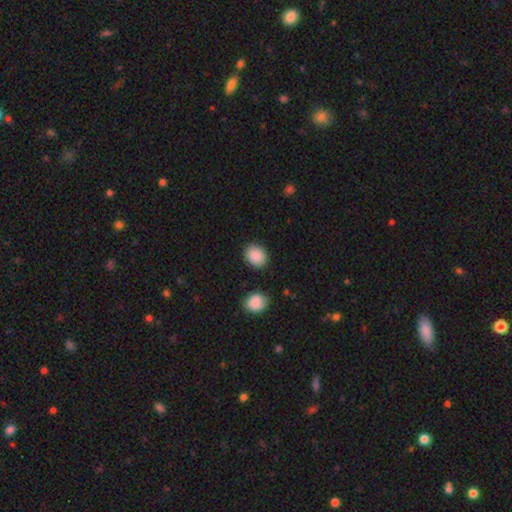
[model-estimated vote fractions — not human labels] This appears to be a smooth galaxy with no disk features (89%) that is round (52%). Merging: none (85%).